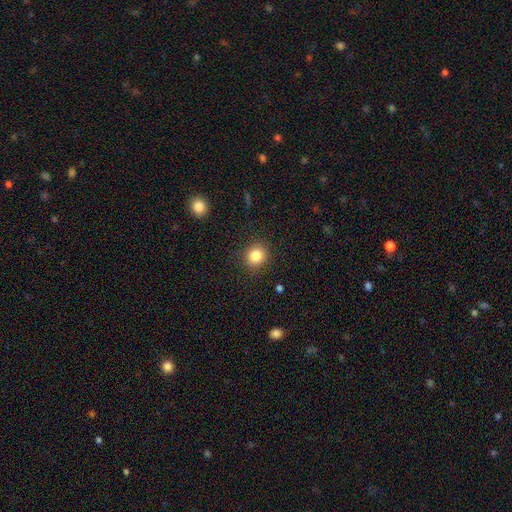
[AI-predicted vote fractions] A smooth galaxy with no disk features (84%) that is round (84%). Merging: none (89%).